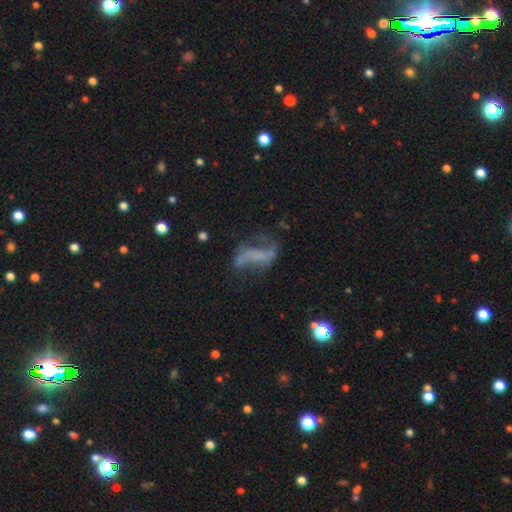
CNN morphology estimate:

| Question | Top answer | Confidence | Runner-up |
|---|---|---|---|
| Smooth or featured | featured or disk | 56% | smooth (25%) |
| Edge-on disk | no | 91% | yes (9%) |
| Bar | no | 57% | strong (22%) |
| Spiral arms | yes | 50% | tied: no (50%) |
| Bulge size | none | 77% | small (12%) |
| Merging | none | 42% | major disturbance (30%) |